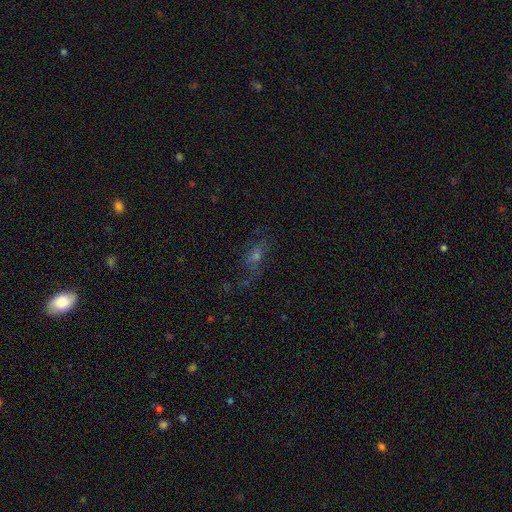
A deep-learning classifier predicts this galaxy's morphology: type=featured or disk (39%); merging=none (58%).